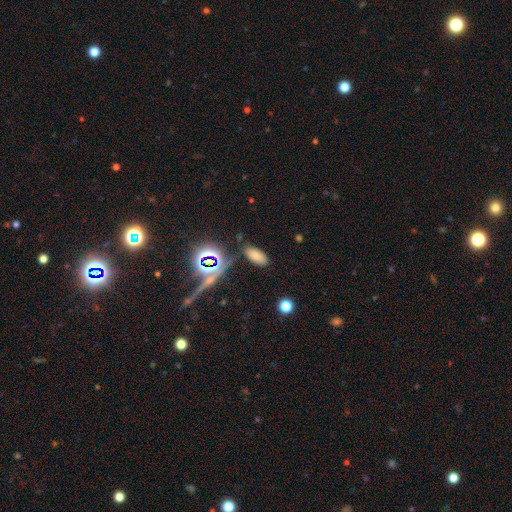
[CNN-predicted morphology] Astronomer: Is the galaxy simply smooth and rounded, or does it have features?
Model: smooth — 70%.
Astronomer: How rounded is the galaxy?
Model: in between — 91%.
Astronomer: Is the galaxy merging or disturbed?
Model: none — 82%.